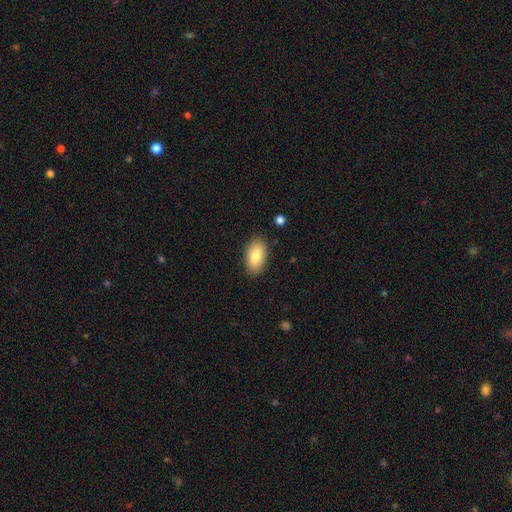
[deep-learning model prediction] smooth-or-featured: smooth: 82% | featured or disk: 11% | star or artifact: 7%
  how-rounded: in between: 94% | round: 4% | cigar-shaped: 2%
  merging: none: 87% | minor disturbance: 9% | major disturbance: 2% | merger: 1%